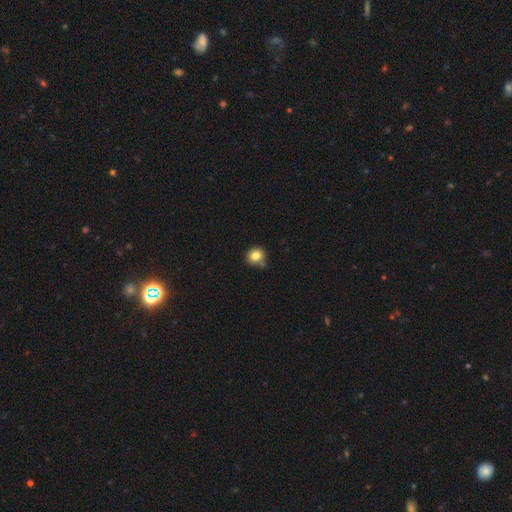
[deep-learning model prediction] smooth-or-featured: smooth: 81% | star or artifact: 11% | featured or disk: 8%
  how-rounded: round: 83% | in between: 16% | cigar-shaped: 1%
  merging: none: 64% | minor disturbance: 24% | merger: 7% | major disturbance: 5%